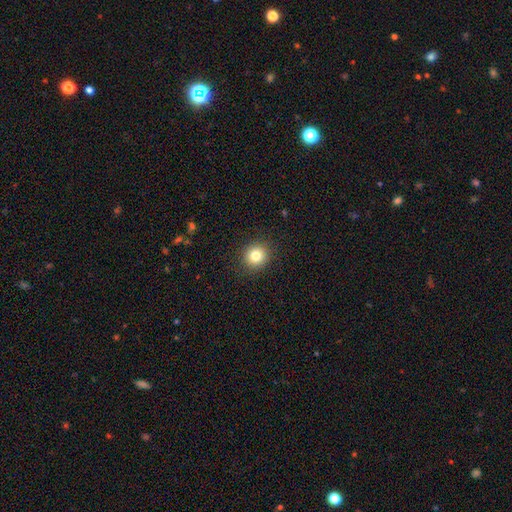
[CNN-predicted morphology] The model was most divided on "smooth or featured": smooth: 82%, star or artifact: 11%, featured or disk: 7%. More confident: merging — none (91%); how rounded — round (87%).